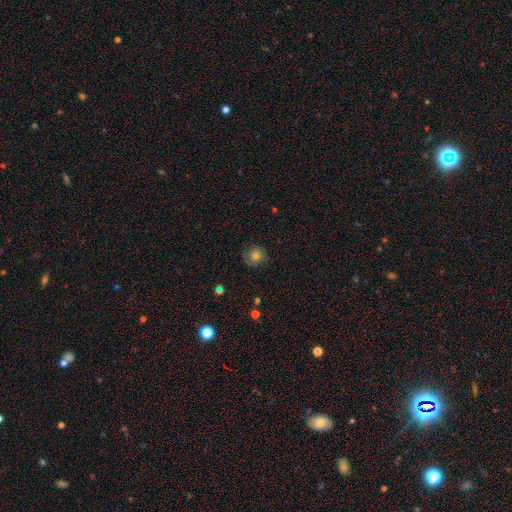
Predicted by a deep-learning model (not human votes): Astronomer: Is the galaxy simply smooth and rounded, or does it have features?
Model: smooth — 51% (runner-up: featured or disk, 37%).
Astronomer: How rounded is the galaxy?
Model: round — 84%.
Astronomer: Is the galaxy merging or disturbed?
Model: none — 76%.